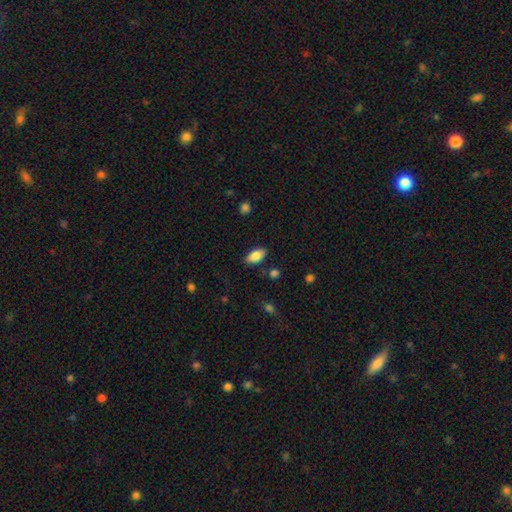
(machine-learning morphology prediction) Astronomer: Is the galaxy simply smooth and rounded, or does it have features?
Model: smooth — 84%.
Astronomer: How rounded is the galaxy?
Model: in between — 91%.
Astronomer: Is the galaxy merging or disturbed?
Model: none — 85%.